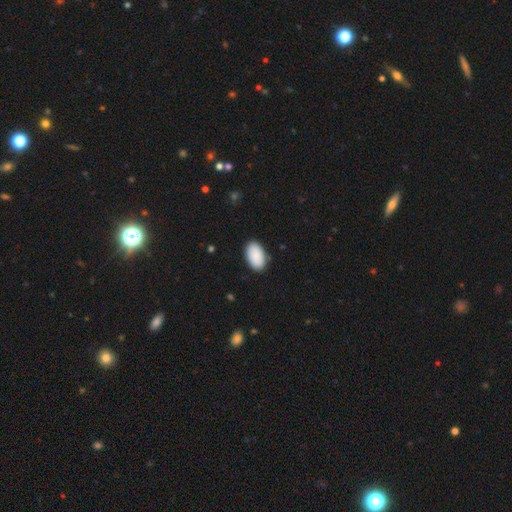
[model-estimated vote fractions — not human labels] smooth-or-featured: smooth: 89% | star or artifact: 6% | featured or disk: 5%
  how-rounded: in between: 95% | round: 4% | cigar-shaped: 1%
  merging: none: 88% | minor disturbance: 9% | major disturbance: 2% | merger: 1%